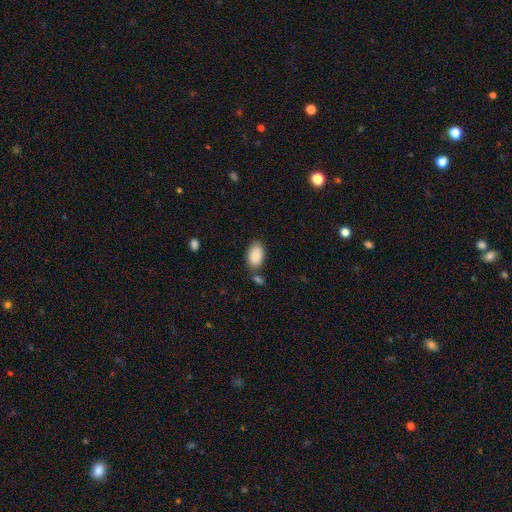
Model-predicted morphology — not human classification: This appears to be a smooth galaxy with no disk features (89%) that is in between round and cigar-shaped (93%). Merging: none (69%).